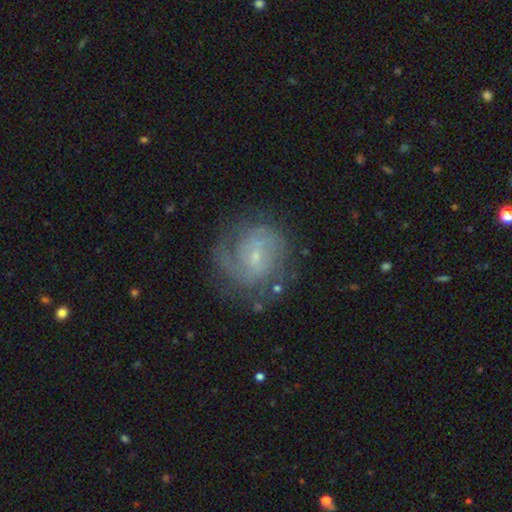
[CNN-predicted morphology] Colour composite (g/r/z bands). It shows a featured or disk galaxy (81%) with no bar (45%, tied with weak), 2 (41%) tight (48%) spiral arms (93%) and a small central bulge (79%). Merging: none (70%).